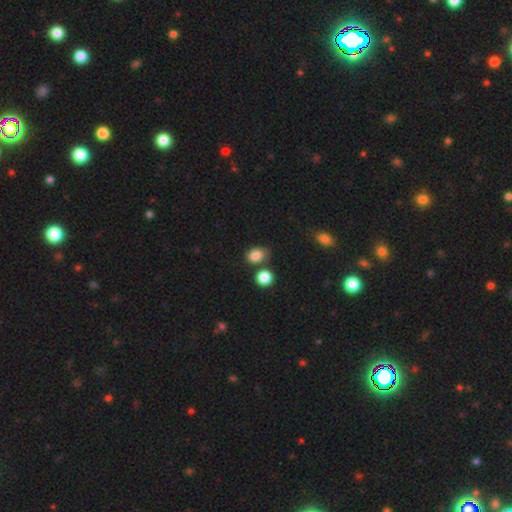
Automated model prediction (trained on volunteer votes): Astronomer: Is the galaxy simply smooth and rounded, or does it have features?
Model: smooth — 83%.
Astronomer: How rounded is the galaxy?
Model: in between — 61% (runner-up: round, 37%).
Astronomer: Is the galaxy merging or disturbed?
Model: none — 63%.